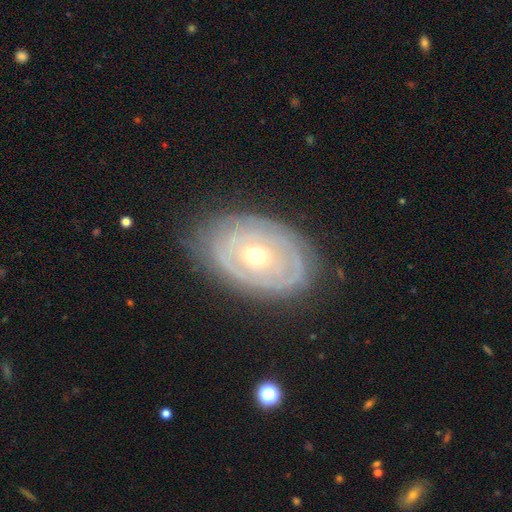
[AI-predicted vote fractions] This is likely a featured or disk galaxy (79%). It is clearly not viewed edge-on (94%). Bar: clearly no (82%). Spiral arm pattern: likely yes (71%). Spiral arm count: possibly can't tell (51%). Spiral winding: clearly tight (84%). Central bulge: possibly moderate (53%). Merging: likely none (79%).